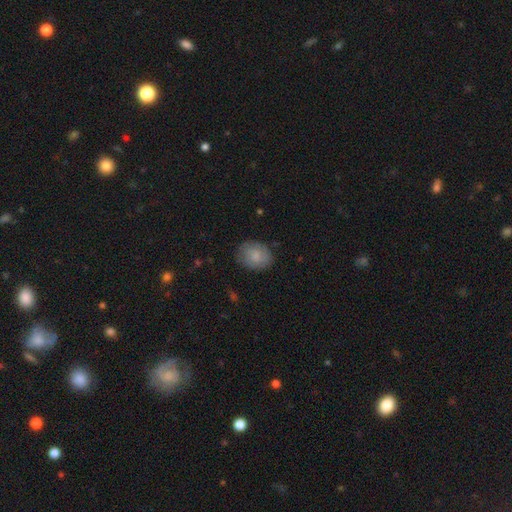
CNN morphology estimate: smooth_or_featured: smooth (p=0.72) [alt: featured or disk p=0.21]
how_rounded: in between (p=0.52) [alt: round p=0.47]
merging: none (p=0.77) [alt: minor disturbance p=0.17]